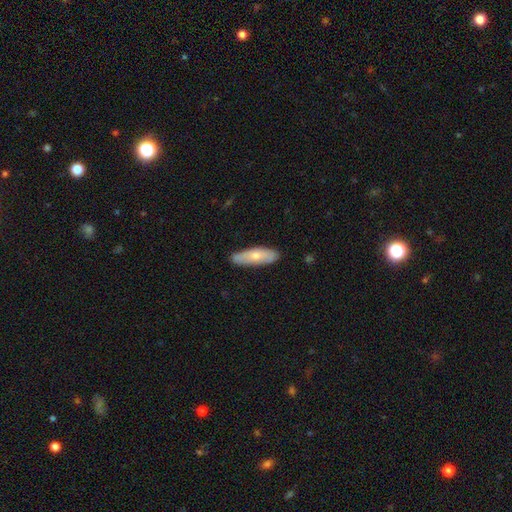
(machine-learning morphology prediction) A smooth galaxy with no disk features (66%) that is in between round and cigar-shaped (49%, tied with cigar-shaped).

Vote fractions:
- Smooth or featured? smooth: 66% / featured or disk: 29% / star or artifact: 5%
- How rounded? in between: 49% (tied) / cigar-shaped: 49% (tied) / round: 2%
- Merging? none: 83% / minor disturbance: 13% / major disturbance: 2% / merger: 1%